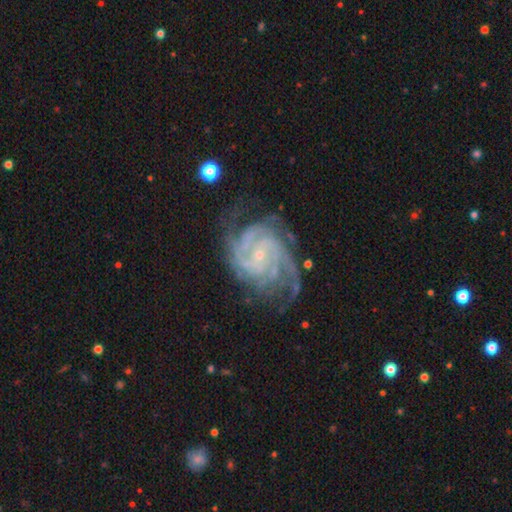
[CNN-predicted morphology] Smooth or featured: featured or disk — 88% (star or artifact — 8%)
Edge-on disk: no — 97% (yes — 3%)
Bar: no — 47% (weak — 38%)
Spiral arms: yes — 98% (no — 2%)
Spiral winding: tight — 64% (medium — 31%)
Spiral arm count: 3 — 24% (4 — 22%)
Bulge size: small — 82% (moderate — 13%)
Merging: none — 72% (minor disturbance — 17%)